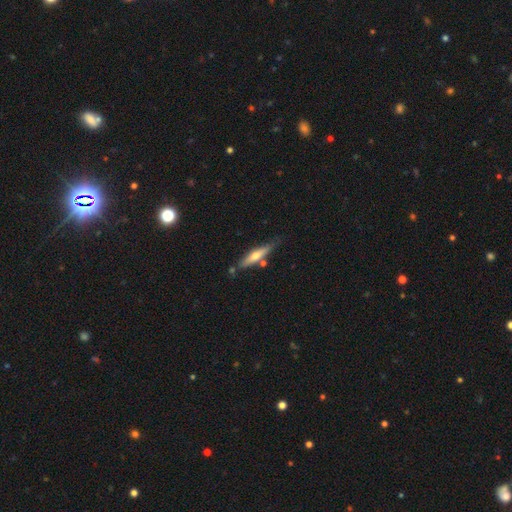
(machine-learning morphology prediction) type=featured or disk (48%); merging=none (71%).